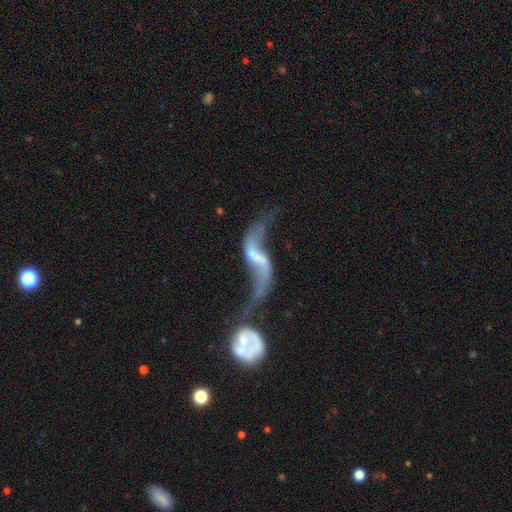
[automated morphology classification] Smooth or featured? featured or disk (86%)
Edge-on disk? no (94%)
Bar? weak (42%)
Spiral arms? yes (90%)
Spiral winding? loose (93%)
Spiral arm count? 2 (91%)
Bulge size? small (42%)
Merging? merger (36%)